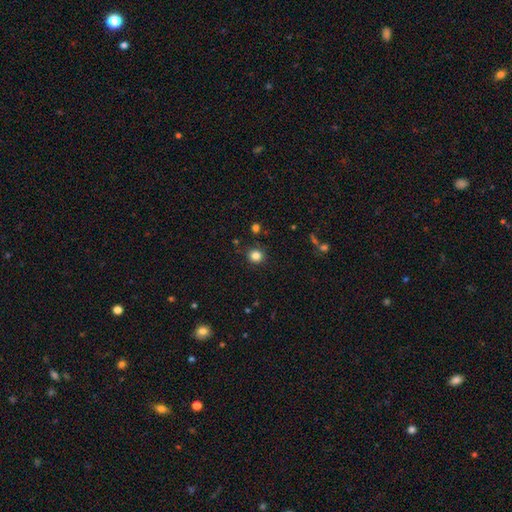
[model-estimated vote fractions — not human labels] Smooth or featured?
  - smooth: 83% *
  - star or artifact: 12%
  - featured or disk: 4%
How rounded?
  - round: 89% *
  - in between: 10%
  - cigar-shaped: 1%
Merging?
  - none: 88% *
  - minor disturbance: 7%
  - major disturbance: 2%
  - merger: 2%